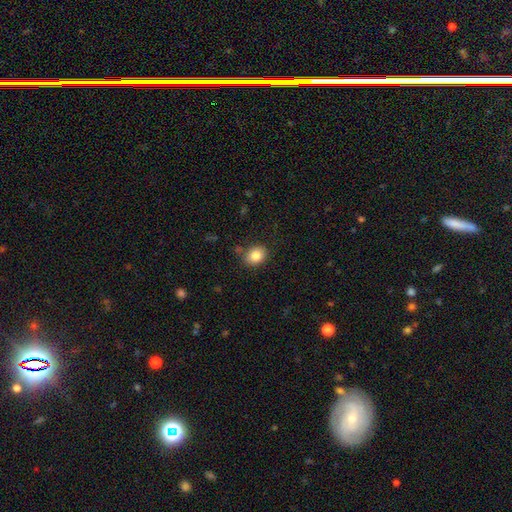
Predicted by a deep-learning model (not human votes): smooth-or-featured: smooth: 83% | star or artifact: 9% | featured or disk: 8%
  how-rounded: in between: 53% | round: 46% | cigar-shaped: 1%
  merging: none: 80% | minor disturbance: 13% | merger: 4% | major disturbance: 3%